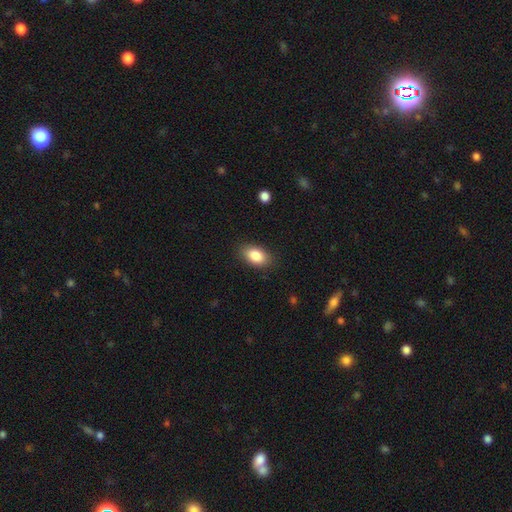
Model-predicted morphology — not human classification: Smooth or featured?
  - smooth: 85% *
  - star or artifact: 7%
  - featured or disk: 7%
How rounded?
  - in between: 91% *
  - round: 7%
  - cigar-shaped: 2%
Merging?
  - none: 86% *
  - minor disturbance: 10%
  - major disturbance: 3%
  - merger: 1%